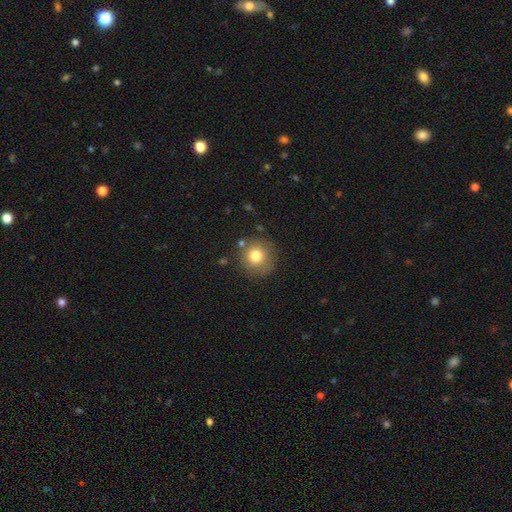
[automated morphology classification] Overall: smooth (78%). How rounded: round (93%). Merging: none (82%).